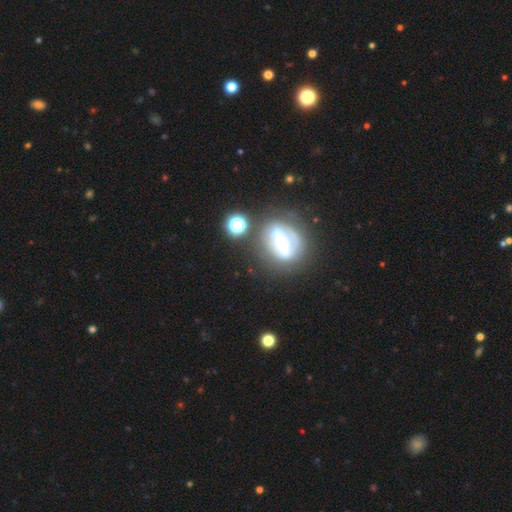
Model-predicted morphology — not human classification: featured or disk 49%, smooth 26%, star or artifact 25%. Down the decision tree: merging — none (65%).